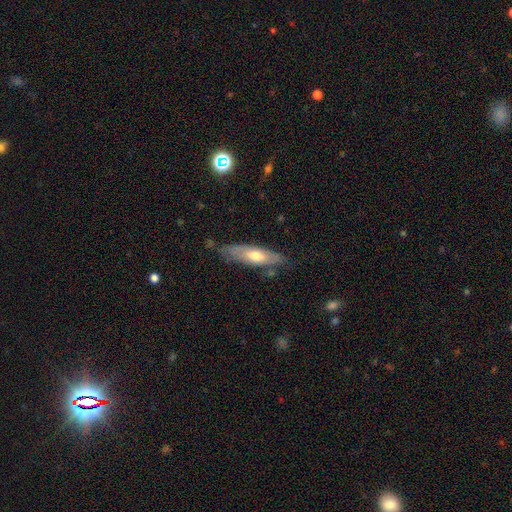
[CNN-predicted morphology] A smooth galaxy with no disk features (55%) that is cigar-shaped (53%).

Vote fractions:
- Smooth or featured? smooth: 55% / featured or disk: 39% / star or artifact: 6%
- How rounded? cigar-shaped: 53% / in between: 45% / round: 2%
- Merging? none: 73% / minor disturbance: 20% / major disturbance: 4% / merger: 3%